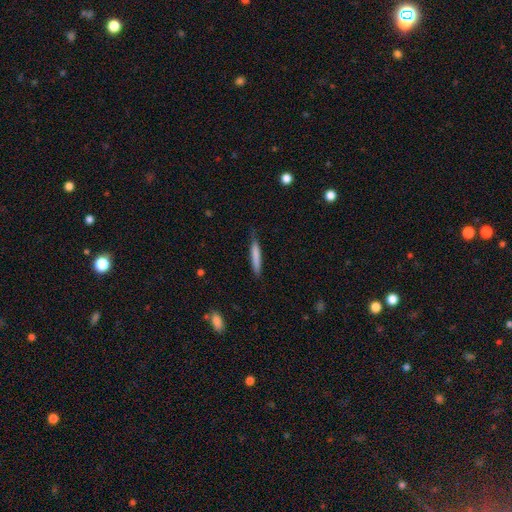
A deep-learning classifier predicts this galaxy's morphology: This appears to be a smooth galaxy with no disk features (76%) that is cigar-shaped (93%). Merging: none (75%).